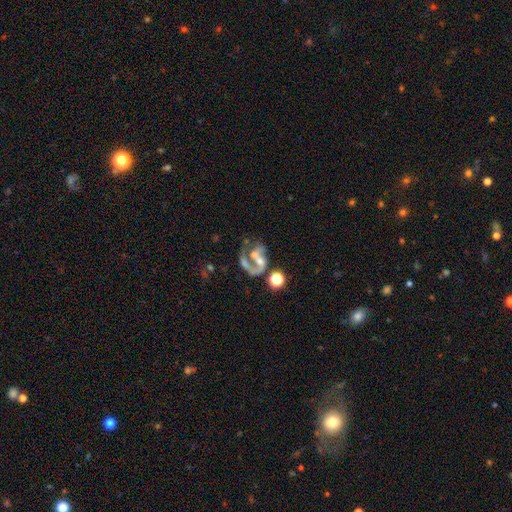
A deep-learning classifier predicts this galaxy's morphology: Smooth or featured? featured or disk (76%)
Edge-on disk? no (98%)
Bar? no (57%)
Spiral arms? yes (81%)
Spiral winding? loose (44%)
Spiral arm count? 1 (51%)
Bulge size? small (41%)
Merging? merger (35%)